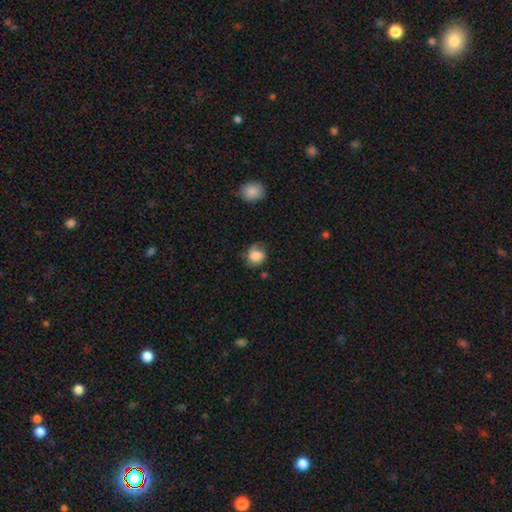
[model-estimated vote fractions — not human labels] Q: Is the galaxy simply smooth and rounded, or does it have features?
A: smooth — 66%.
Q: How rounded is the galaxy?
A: round — 66%.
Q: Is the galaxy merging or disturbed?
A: none — 55%.